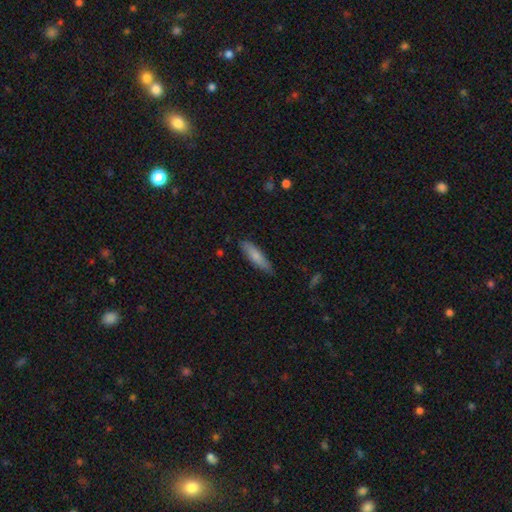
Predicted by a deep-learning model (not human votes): Morphology: type=smooth (77%); roundness=cigar-shaped (72%); merging=none (82%).